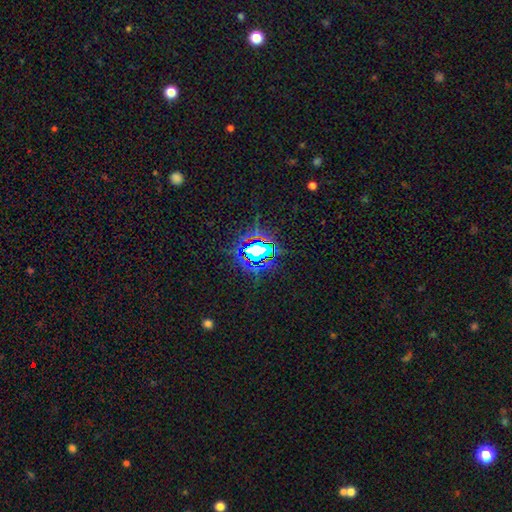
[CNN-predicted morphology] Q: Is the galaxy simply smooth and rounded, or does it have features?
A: star or artifact — 77%.